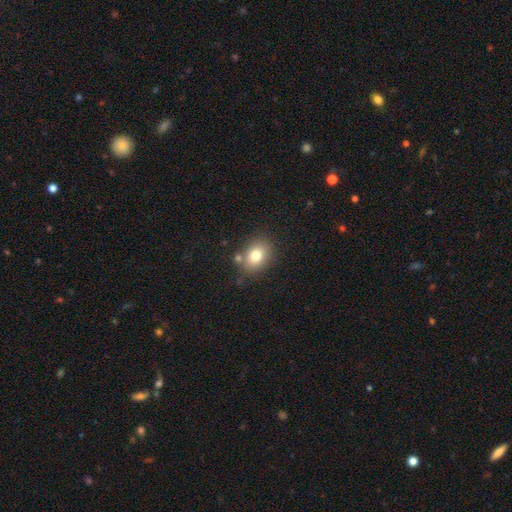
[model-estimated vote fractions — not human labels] A smooth galaxy with no disk features (79%) that is in between round and cigar-shaped (60%). Merging: none (75%).